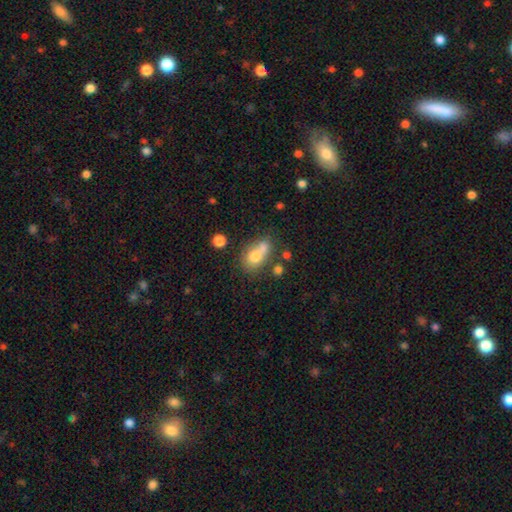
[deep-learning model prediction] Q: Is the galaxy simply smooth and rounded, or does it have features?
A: smooth — 71%.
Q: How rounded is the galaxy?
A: in between — 60%.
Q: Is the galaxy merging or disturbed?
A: merger — 52%.